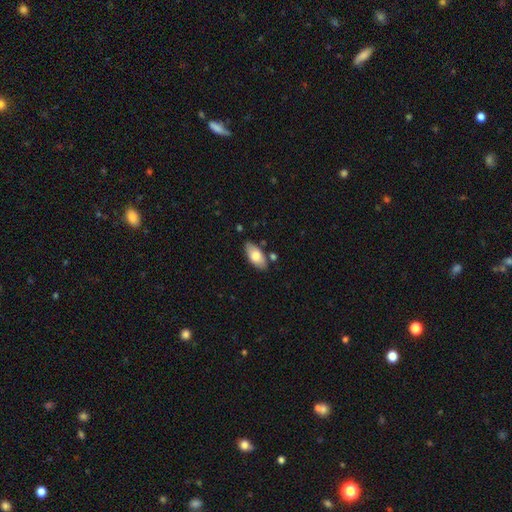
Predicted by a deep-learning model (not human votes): A smooth galaxy with no disk features (75%) that is in between round and cigar-shaped (92%). Merging: none (80%).